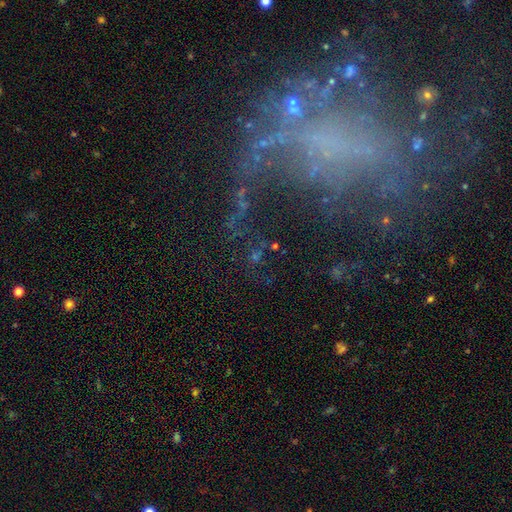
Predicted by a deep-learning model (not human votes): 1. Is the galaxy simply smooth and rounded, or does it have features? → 54% star or artifact, 27% featured or disk, 19% smooth.